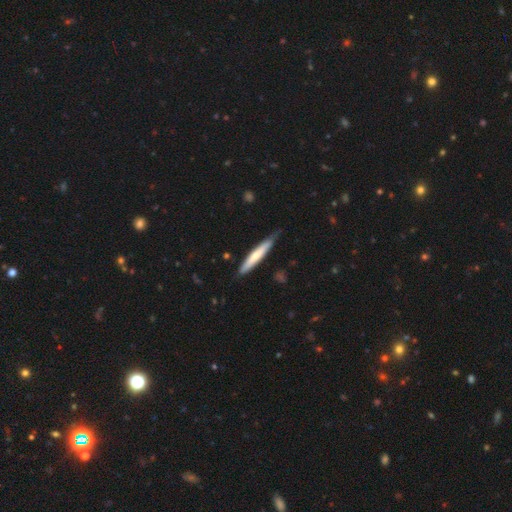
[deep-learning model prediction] This is likely a smooth galaxy (61%). How rounded: clearly cigar-shaped (92%). Merging: likely none (71%).